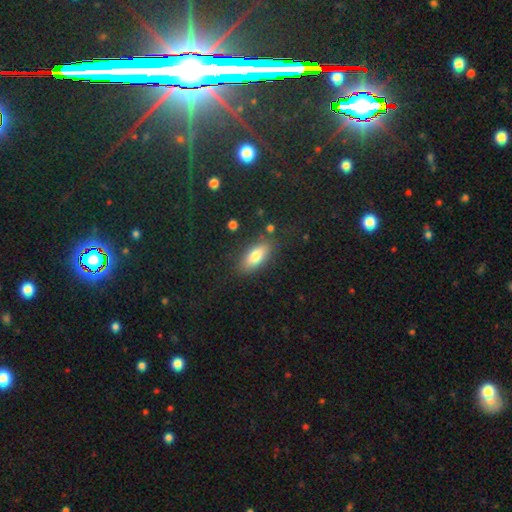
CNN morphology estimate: This appears to be a smooth galaxy with no disk features (77%) that is in between round and cigar-shaped (83%). Merging: none (82%).